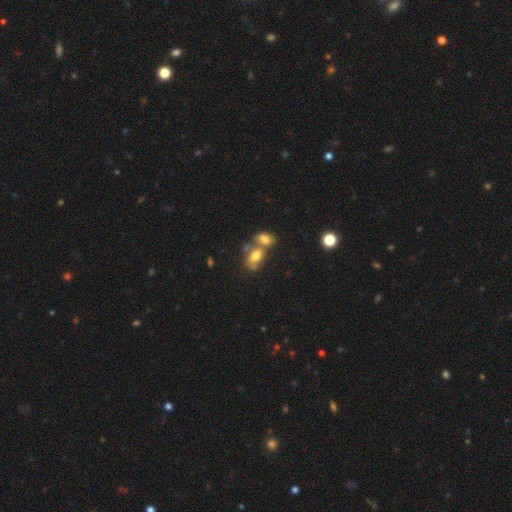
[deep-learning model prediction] Smooth or featured? Predicted: smooth (p=0.72). How rounded? Predicted: in between (p=0.80). Merging? Predicted: merger (p=0.58).